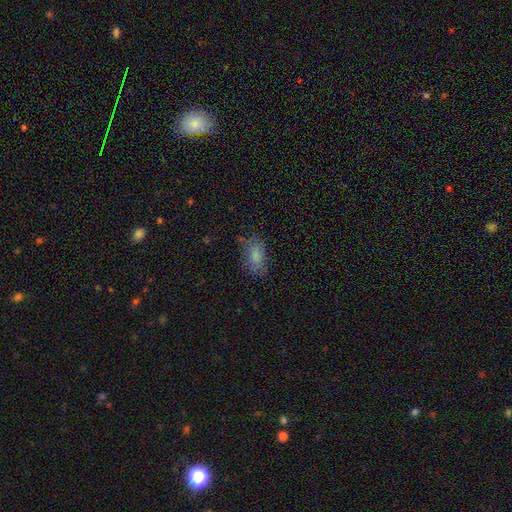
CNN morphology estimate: A smooth galaxy with no disk features (74%) that is in between round and cigar-shaped (90%).

Vote fractions:
- Smooth or featured? smooth: 74% / featured or disk: 15% / star or artifact: 11%
- How rounded? in between: 90% / round: 7% / cigar-shaped: 4%
- Merging? none: 59% / minor disturbance: 25% / major disturbance: 14% / merger: 2%